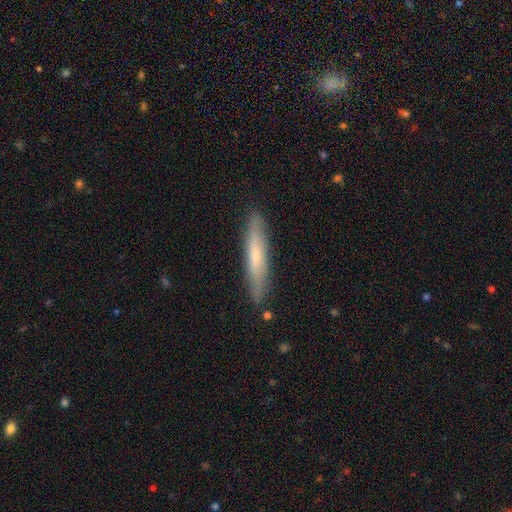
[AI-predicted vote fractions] Q: Smooth or featured?
A: smooth (50%); runner-up: featured or disk (44%)
Q: Merging?
A: none (87%); runner-up: minor disturbance (10%)